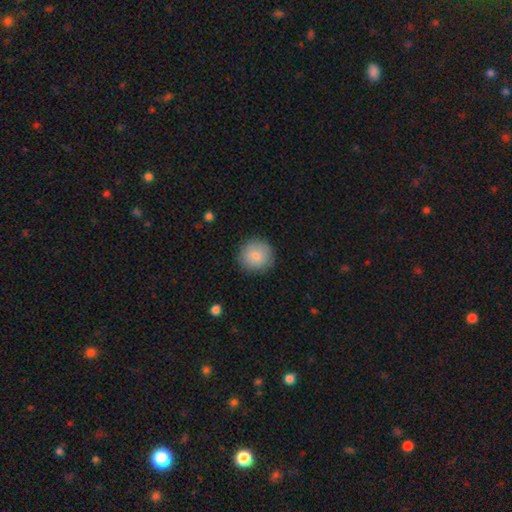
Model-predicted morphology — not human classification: Smooth or featured: smooth — 84% (featured or disk — 9%)
How rounded: round — 93% (in between — 6%)
Merging: none — 88% (minor disturbance — 9%)